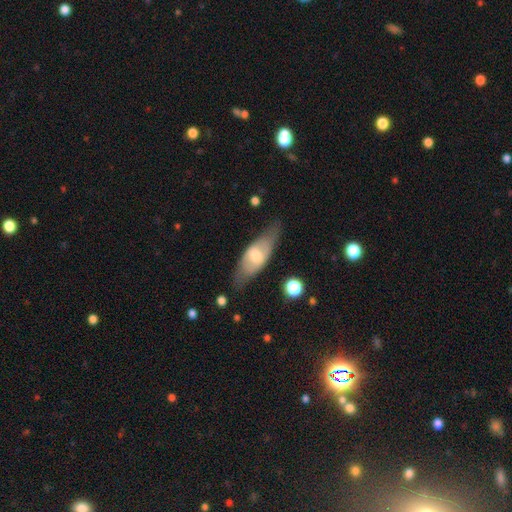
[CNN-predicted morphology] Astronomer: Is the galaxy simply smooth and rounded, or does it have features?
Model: smooth — 49% (runner-up: featured or disk, 45%).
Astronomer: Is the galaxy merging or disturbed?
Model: none — 71%.